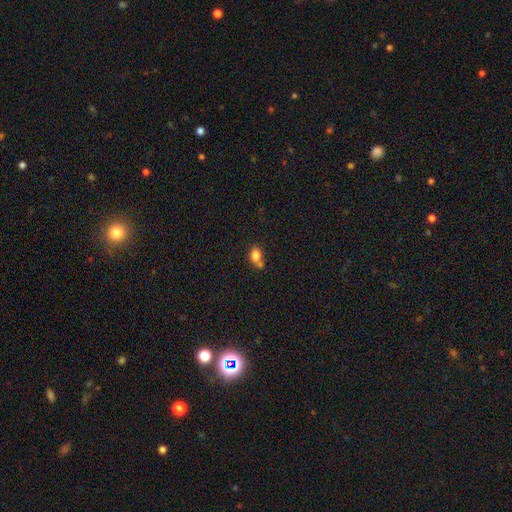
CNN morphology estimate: Smooth or featured?
  - smooth: 81% *
  - star or artifact: 10%
  - featured or disk: 9%
How rounded?
  - in between: 58% *
  - round: 41%
  - cigar-shaped: 1%
Merging?
  - none: 45% *
  - merger: 27%
  - minor disturbance: 21%
  - major disturbance: 8%